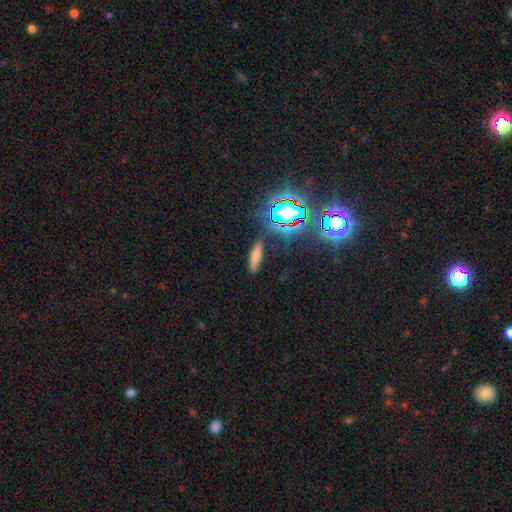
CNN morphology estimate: This appears to be a smooth galaxy with no disk features (60%) that is cigar-shaped (69%). Merging: none (82%).